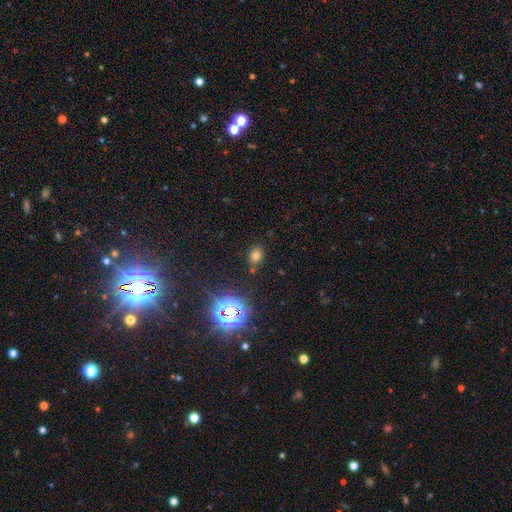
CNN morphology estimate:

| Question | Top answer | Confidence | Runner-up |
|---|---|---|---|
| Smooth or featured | smooth | 67% | star or artifact (25%) |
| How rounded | round | 50% | in between (48%) |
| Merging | none | 80% | minor disturbance (11%) |